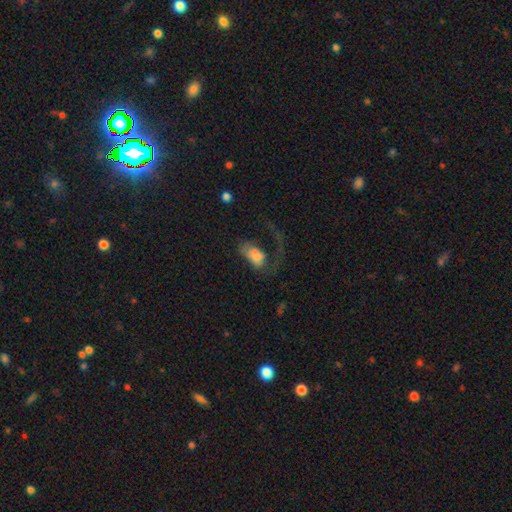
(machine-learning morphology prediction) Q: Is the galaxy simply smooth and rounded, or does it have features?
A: smooth — 55%.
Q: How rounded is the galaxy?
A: in between — 89%.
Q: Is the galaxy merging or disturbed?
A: major disturbance — 68%.